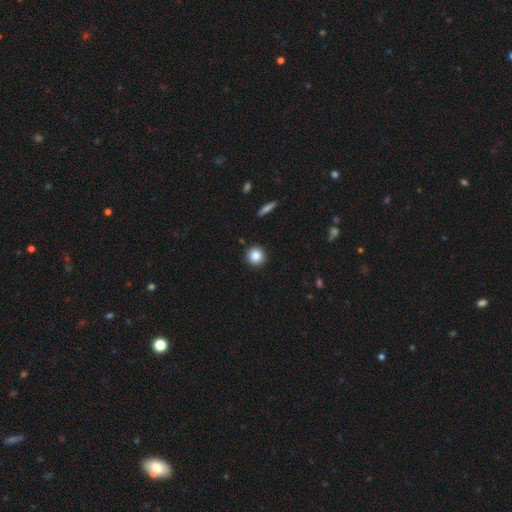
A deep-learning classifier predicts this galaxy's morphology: smooth 85%, star or artifact 10%, featured or disk 5%. Down the decision tree: how rounded — round (95%); merging — none (92%).